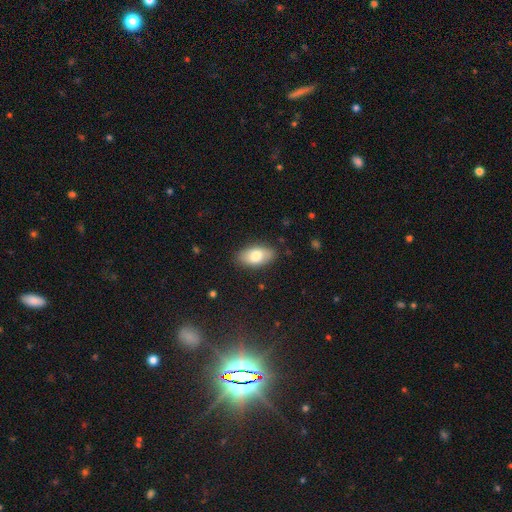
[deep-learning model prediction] Q: Smooth or featured?
A: smooth (76%); runner-up: featured or disk (18%)
Q: How rounded?
A: in between (93%); runner-up: round (4%)
Q: Merging?
A: none (86%); runner-up: minor disturbance (11%)